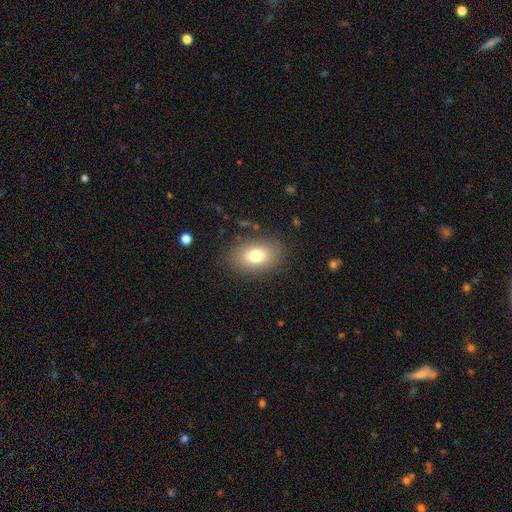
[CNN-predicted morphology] Smooth or featured? Predicted: smooth (p=0.77). How rounded? Predicted: in between (p=0.83). Merging? Predicted: none (p=0.85).